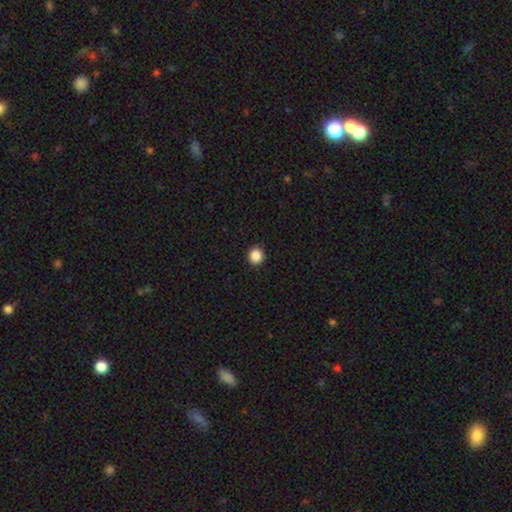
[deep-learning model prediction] Q: Smooth or featured?
A: smooth (88%); runner-up: star or artifact (10%)
Q: How rounded?
A: round (89%); runner-up: in between (10%)
Q: Merging?
A: none (93%); runner-up: minor disturbance (5%)